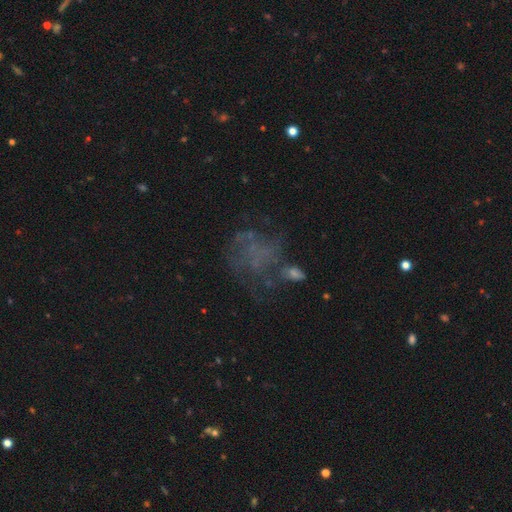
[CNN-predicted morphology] The model was most divided on "merging": none: 44%, major disturbance: 32%, minor disturbance: 17%, merger: 7%. Remaining: smooth or featured — featured or disk (47%).